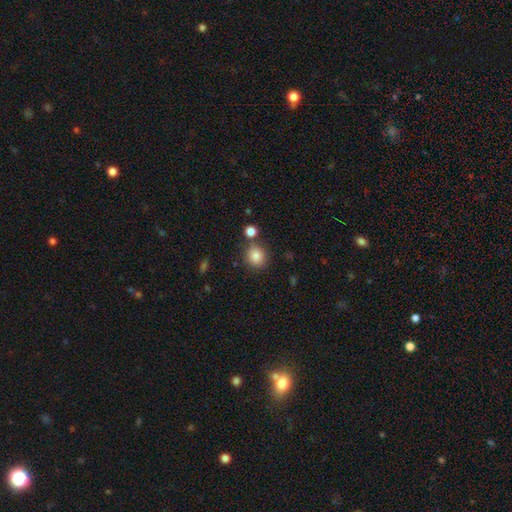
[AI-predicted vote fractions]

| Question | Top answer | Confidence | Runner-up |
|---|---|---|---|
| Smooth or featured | smooth | 84% | star or artifact (10%) |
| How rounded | round | 83% | in between (16%) |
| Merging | none | 76% | merger (11%) |